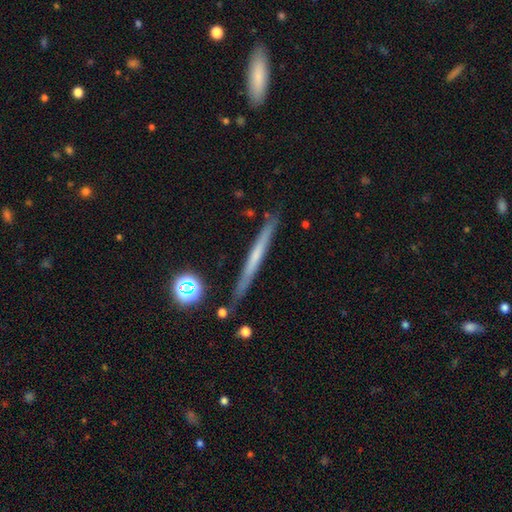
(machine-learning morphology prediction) type=featured or disk (50%); edge-on=yes (95%); merging=none (86%).